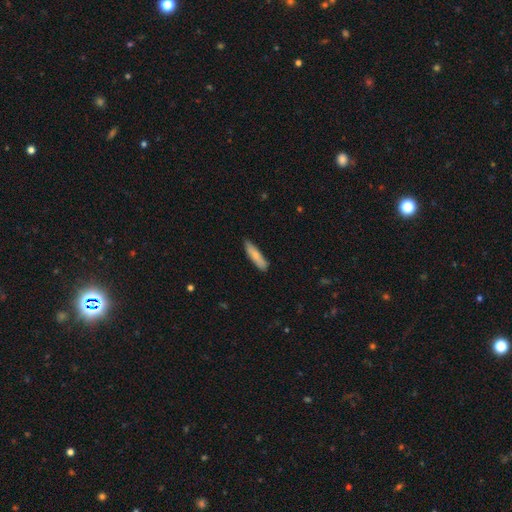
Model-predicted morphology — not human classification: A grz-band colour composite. It shows a smooth galaxy with no disk features (77%) that is cigar-shaped (74%). Merging: none (85%).